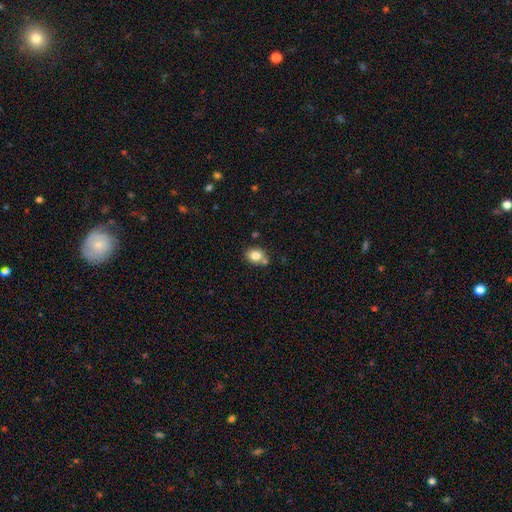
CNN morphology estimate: Smooth or featured?
  - smooth: 82% *
  - star or artifact: 10%
  - featured or disk: 9%
How rounded?
  - round: 50% *
  - in between: 49%
  - cigar-shaped: 1%
Merging?
  - none: 66% *
  - merger: 16%
  - minor disturbance: 14%
  - major disturbance: 3%